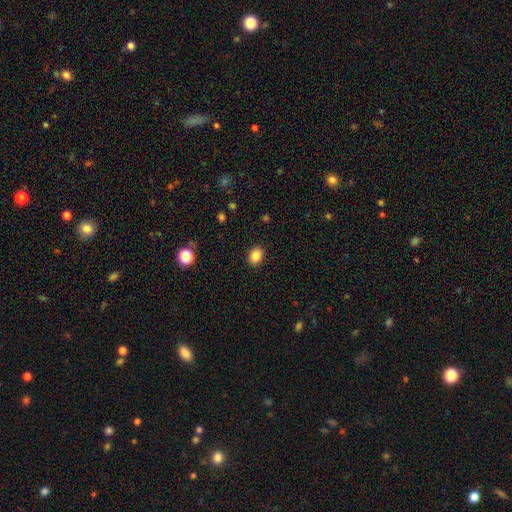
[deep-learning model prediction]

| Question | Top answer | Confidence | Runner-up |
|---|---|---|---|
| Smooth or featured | smooth | 86% | star or artifact (10%) |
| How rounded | in between | 63% | round (36%) |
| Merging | none | 89% | minor disturbance (8%) |